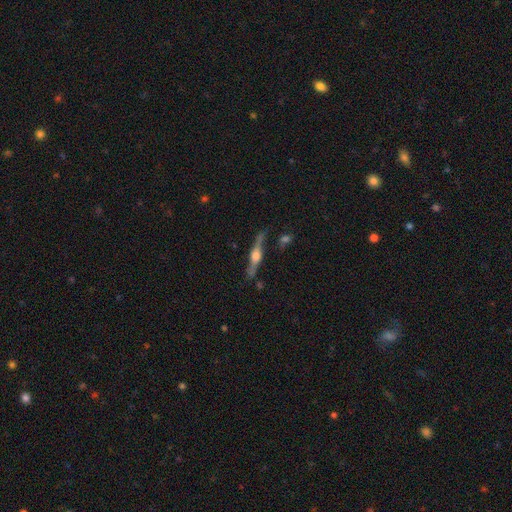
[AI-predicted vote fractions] featured or disk 80%, smooth 15%, star or artifact 6%. Down the decision tree: edge-on disk — yes (97%); edge-on bulge — rounded (88%); merging — none (79%).